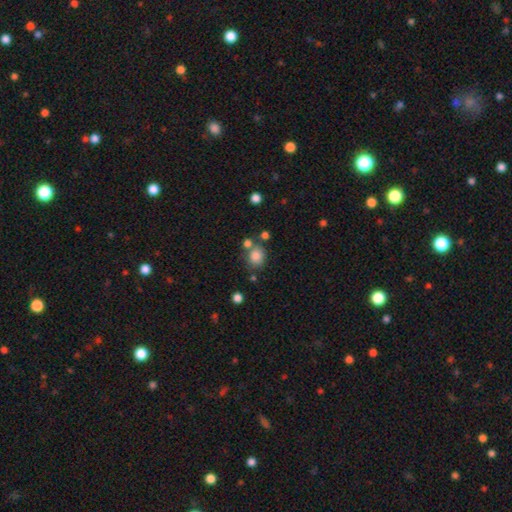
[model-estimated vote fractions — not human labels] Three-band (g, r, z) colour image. It shows a smooth galaxy with no disk features (83%) that is round (68%). Merging: none (65%).